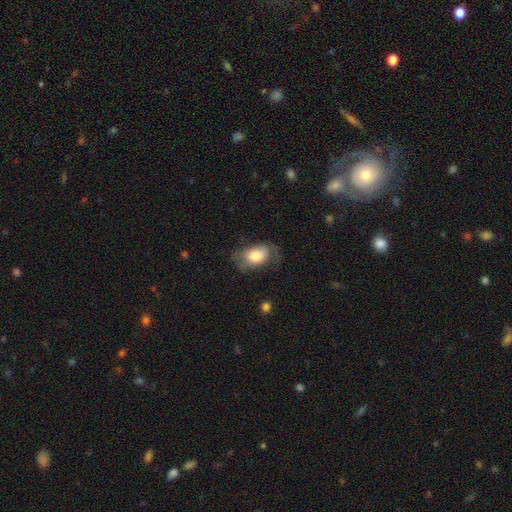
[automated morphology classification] type=smooth (69%); roundness=in between (84%); merging=none (53%).